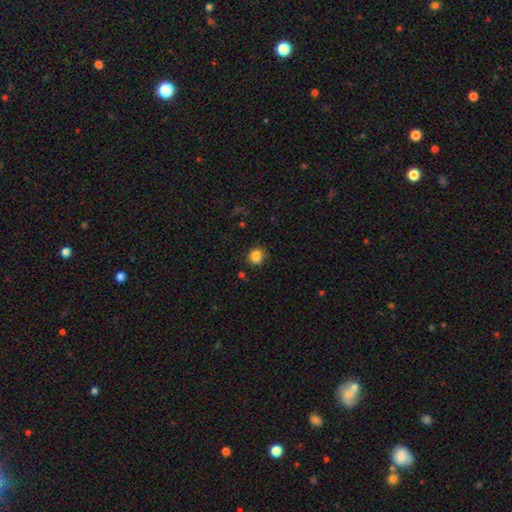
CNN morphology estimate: This appears to be a smooth galaxy with no disk features (85%) that is round (75%). Merging: none (79%).